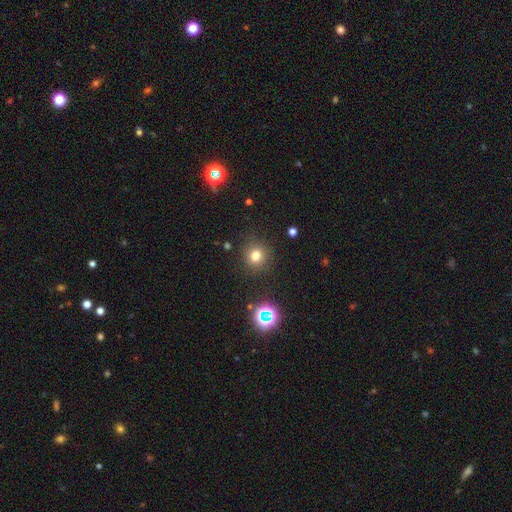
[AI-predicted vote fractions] Morphology: type=smooth (74%); roundness=round (90%); merging=none (87%).